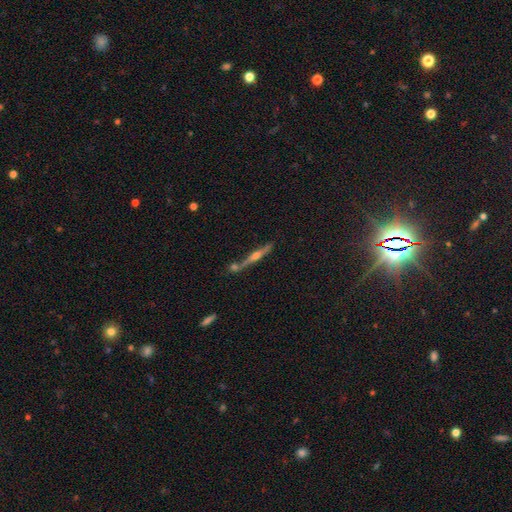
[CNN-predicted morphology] This appears to be a featured or disk galaxy (76%) viewed edge-on (97%) with a rounded central bulge (88%). Merging: none (71%).